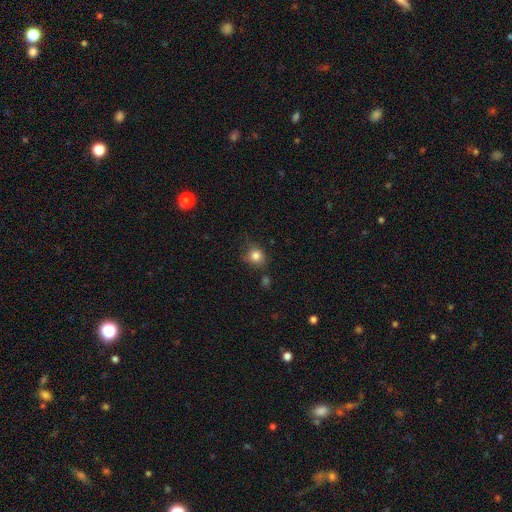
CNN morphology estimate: Smooth or featured: smooth — 82% (star or artifact — 11%)
How rounded: round — 75% (in between — 24%)
Merging: none — 68% (minor disturbance — 22%)